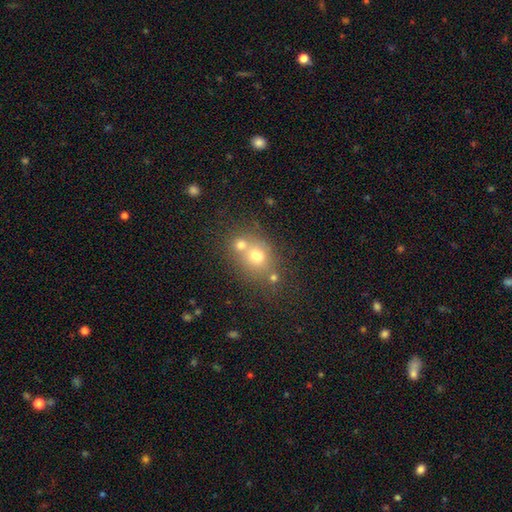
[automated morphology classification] A smooth galaxy with no disk features (64%) that is round (62%). Merging: merger (47%).